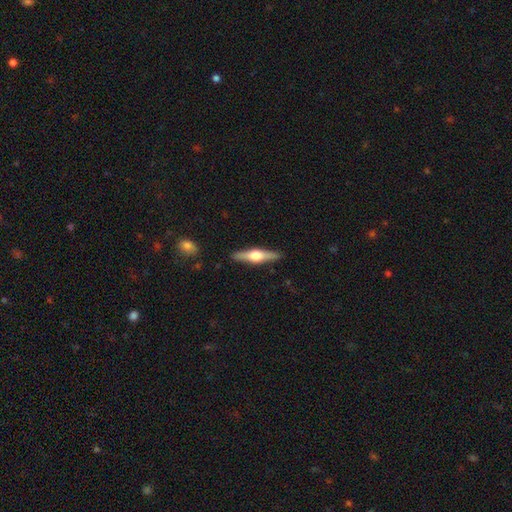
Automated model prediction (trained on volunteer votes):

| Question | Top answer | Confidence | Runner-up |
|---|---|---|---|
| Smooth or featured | featured or disk | 69% | smooth (26%) |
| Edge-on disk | yes | 97% | no (3%) |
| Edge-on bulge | rounded | 94% | boxy (4%) |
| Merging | none | 91% | minor disturbance (7%) |